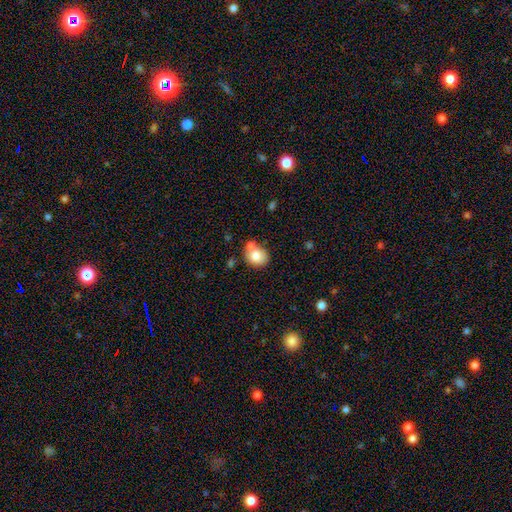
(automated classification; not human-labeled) This is likely a smooth galaxy (79%). How rounded: likely round (70%). Merging: possibly none (58%).